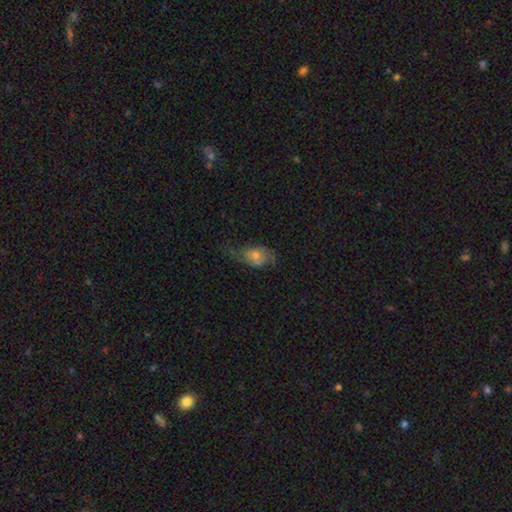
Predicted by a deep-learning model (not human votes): Smooth or featured? smooth (50%)
How rounded? in between (80%)
Merging? none (38%)